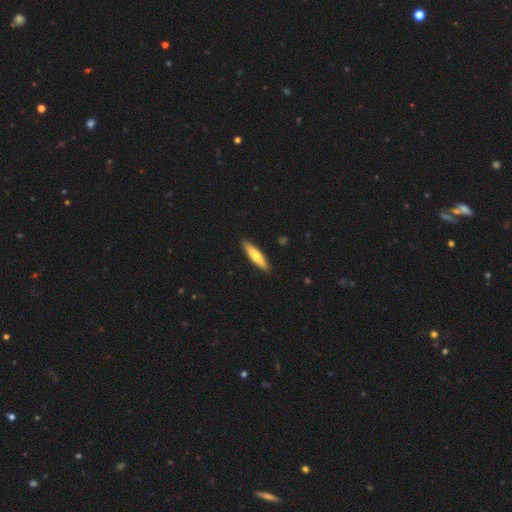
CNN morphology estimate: smooth_or_featured: smooth (p=0.63) [alt: featured or disk p=0.31]
how_rounded: cigar-shaped (p=0.74) [alt: in between p=0.24]
merging: none (p=0.90) [alt: minor disturbance p=0.08]